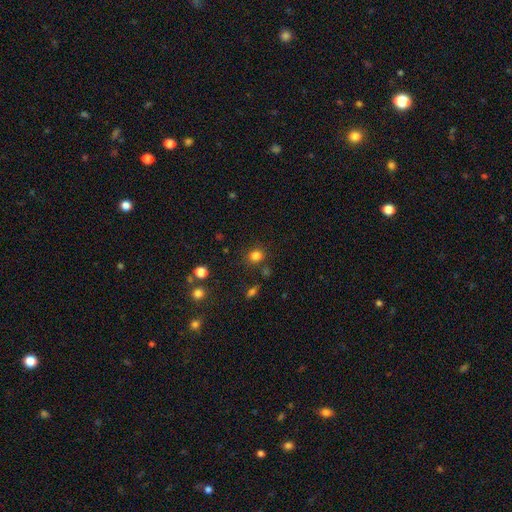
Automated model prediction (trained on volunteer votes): Smooth or featured? Predicted: smooth (p=0.81). How rounded? Predicted: round (p=0.75). Merging? Predicted: none (p=0.81).